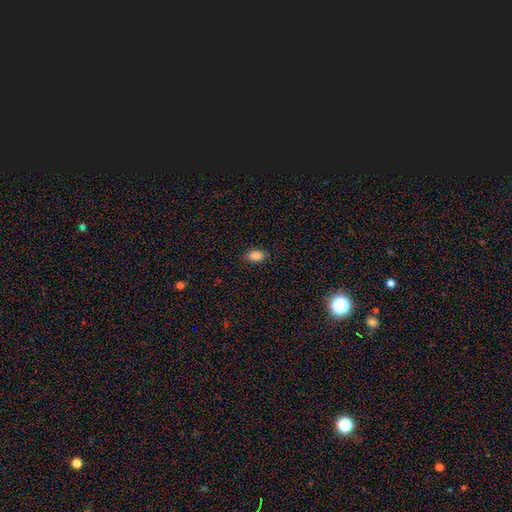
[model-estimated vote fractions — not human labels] smooth-or-featured: smooth: 87% | star or artifact: 9% | featured or disk: 4%
  how-rounded: in between: 88% | round: 10% | cigar-shaped: 2%
  merging: none: 87% | minor disturbance: 10% | major disturbance: 2% | merger: 1%